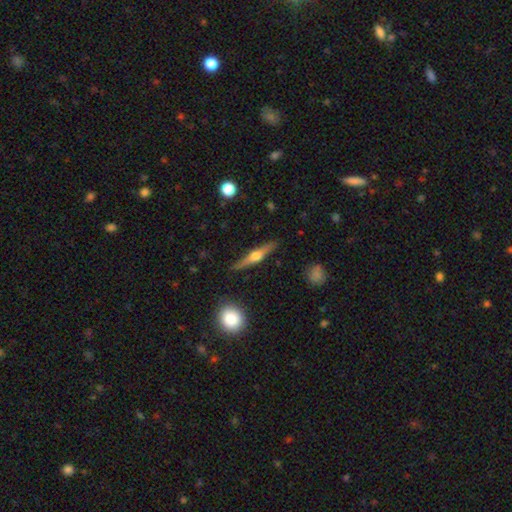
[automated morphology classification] Smooth or featured: featured or disk — 72% (smooth — 22%)
Edge-on disk: yes — 97% (no — 3%)
Edge-on bulge: rounded — 94% (boxy — 4%)
Merging: none — 88% (minor disturbance — 9%)